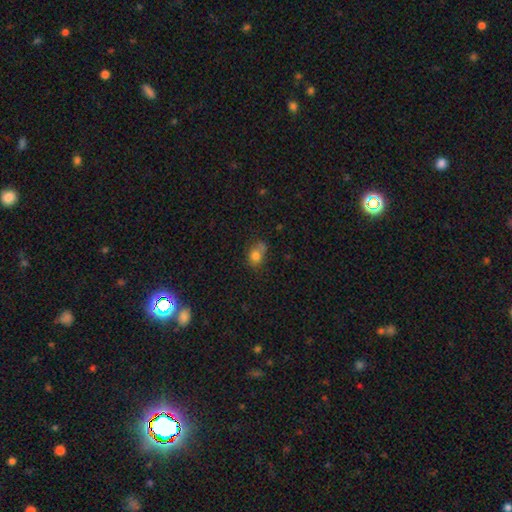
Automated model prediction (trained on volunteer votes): smooth 77%, star or artifact 12%, featured or disk 11%. Down the decision tree: how rounded — round (49%, tied with in between); merging — none (45%).